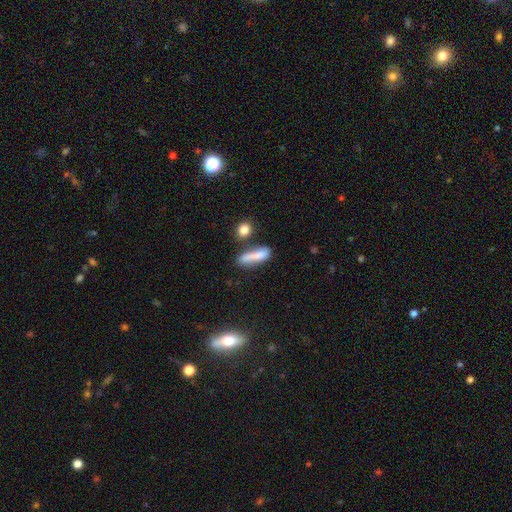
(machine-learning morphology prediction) Smooth or featured? smooth (76%)
How rounded? cigar-shaped (67%)
Merging? none (53%)